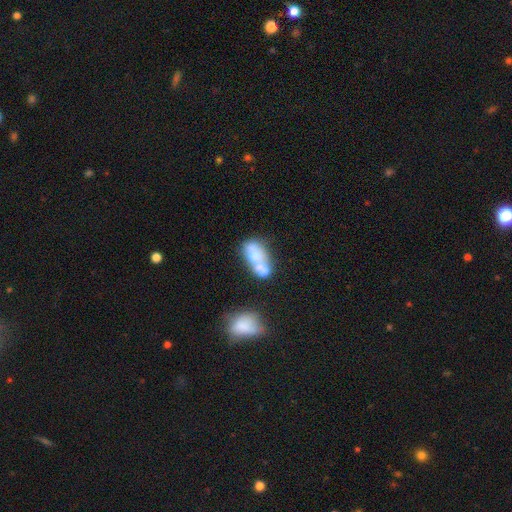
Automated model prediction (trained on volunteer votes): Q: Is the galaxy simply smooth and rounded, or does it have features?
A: smooth — 57%.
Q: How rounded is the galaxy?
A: in between — 83%.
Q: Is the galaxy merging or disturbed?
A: merger — 60%.